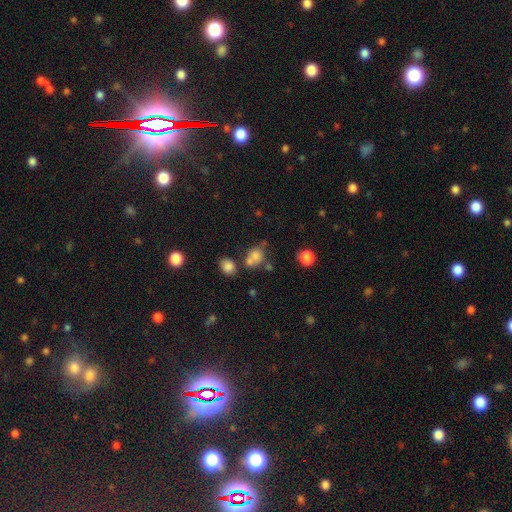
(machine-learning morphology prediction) The model was most divided on "merging": merger: 40%, none: 39%, minor disturbance: 13%, major disturbance: 7%. More confident: smooth or featured — smooth (73%); how rounded — round (54%).